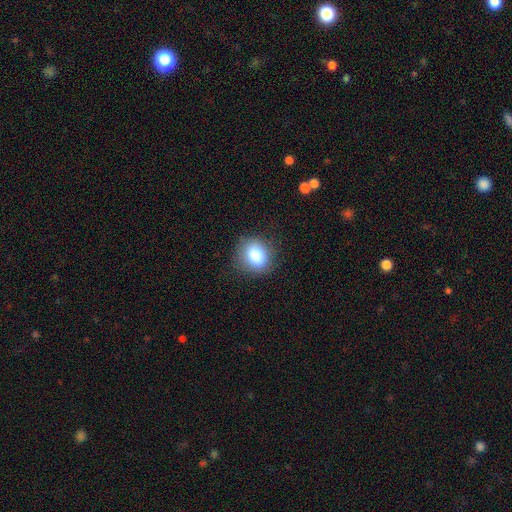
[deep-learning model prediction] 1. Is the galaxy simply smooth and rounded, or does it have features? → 83% smooth, 9% star or artifact, 7% featured or disk.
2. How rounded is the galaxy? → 66% round, 33% in between, 1% cigar-shaped.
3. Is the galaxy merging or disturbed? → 82% none, 13% minor disturbance, 4% major disturbance, 1% merger.